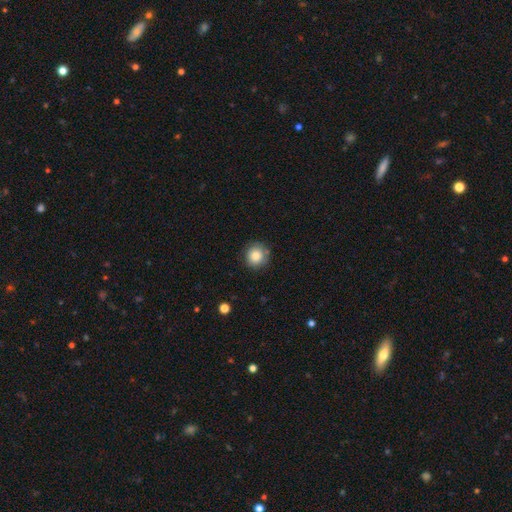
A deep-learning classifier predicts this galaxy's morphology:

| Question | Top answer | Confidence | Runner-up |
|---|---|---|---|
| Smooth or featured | smooth | 83% | star or artifact (9%) |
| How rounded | round | 92% | in between (7%) |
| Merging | none | 81% | minor disturbance (14%) |